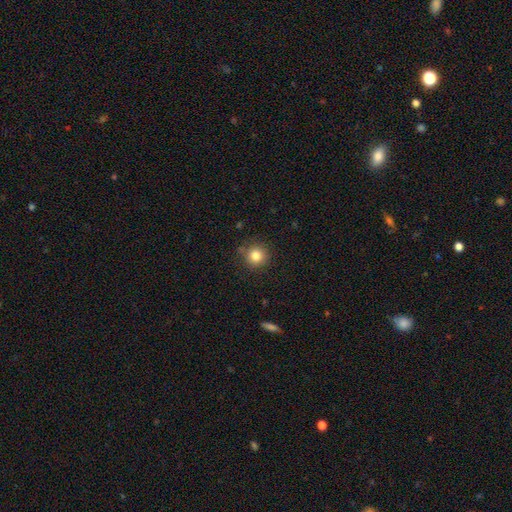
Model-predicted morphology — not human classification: A smooth galaxy with no disk features (82%) that is round (94%). Merging: none (85%).